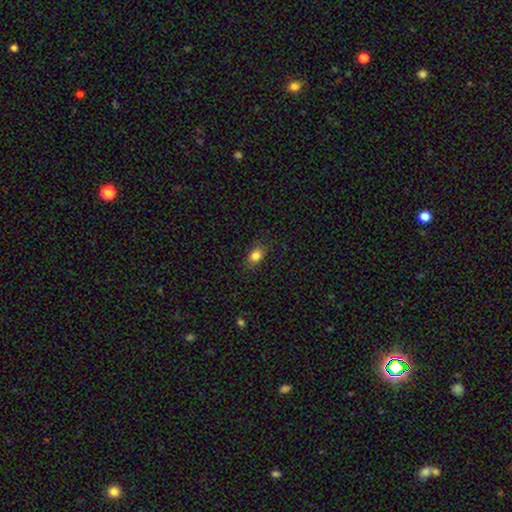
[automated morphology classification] The model was most divided on "how rounded": in between: 78%, round: 20%, cigar-shaped: 2%. More confident: smooth or featured — smooth (84%); merging — none (84%).